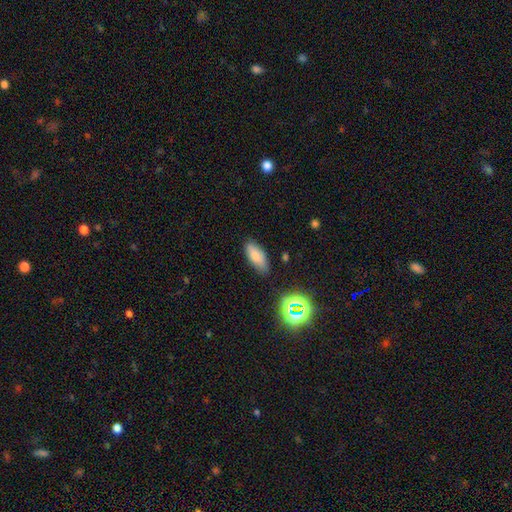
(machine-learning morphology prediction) Smooth or featured? smooth (77%)
How rounded? in between (83%)
Merging? none (78%)